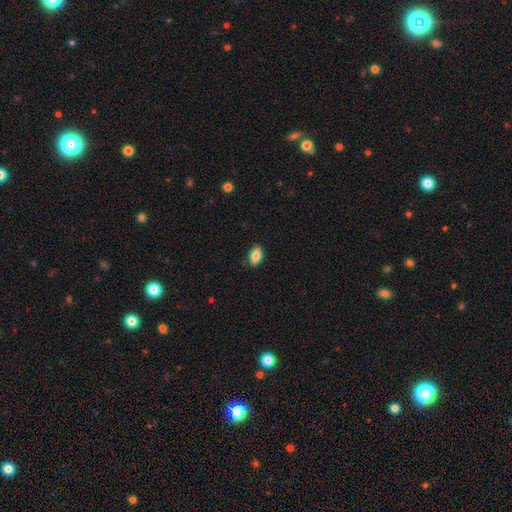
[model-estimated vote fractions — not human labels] Overall: smooth (83%). How rounded: in between (90%). Merging: none (84%).